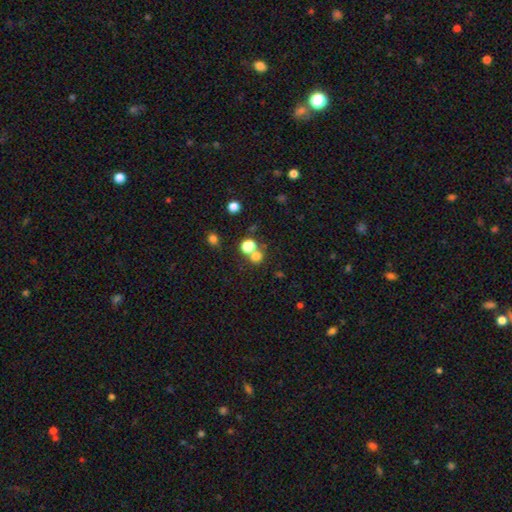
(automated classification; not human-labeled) The model was most divided on "merging": none: 57%, merger: 32%, minor disturbance: 7%, major disturbance: 4%. More confident: how rounded — round (86%); smooth or featured — smooth (72%).